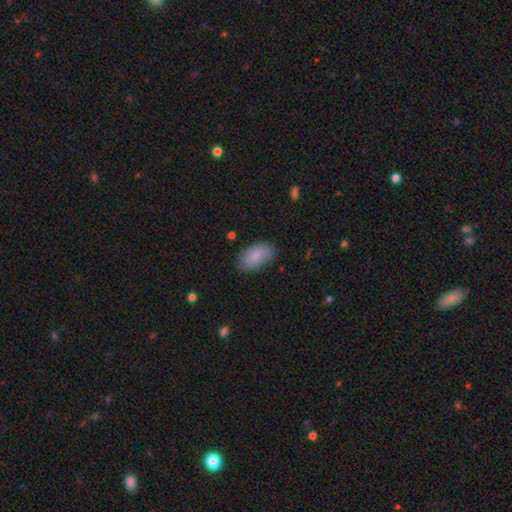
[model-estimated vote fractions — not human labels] smooth 84%, featured or disk 10%, star or artifact 6%. Down the decision tree: how rounded — in between (94%); merging — none (80%).